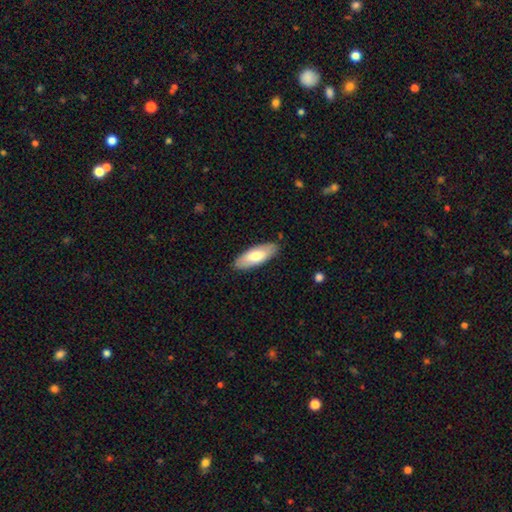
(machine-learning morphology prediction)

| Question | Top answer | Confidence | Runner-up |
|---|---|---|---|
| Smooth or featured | smooth | 69% | featured or disk (26%) |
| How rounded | in between | 74% | cigar-shaped (24%) |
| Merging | none | 88% | minor disturbance (9%) |